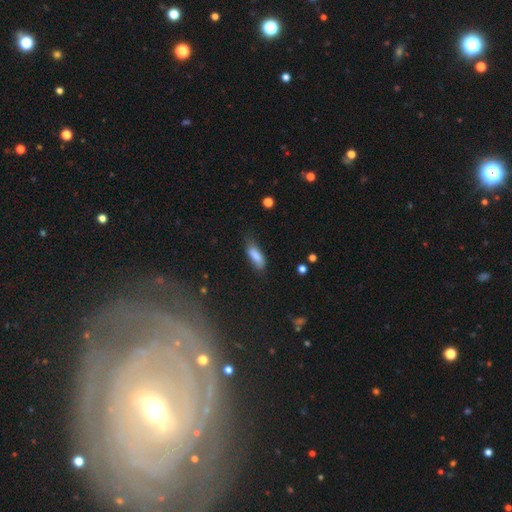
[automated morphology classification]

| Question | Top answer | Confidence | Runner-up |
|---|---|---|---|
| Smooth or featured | smooth | 82% | featured or disk (11%) |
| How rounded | in between | 66% | cigar-shaped (31%) |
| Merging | none | 53% | minor disturbance (34%) |